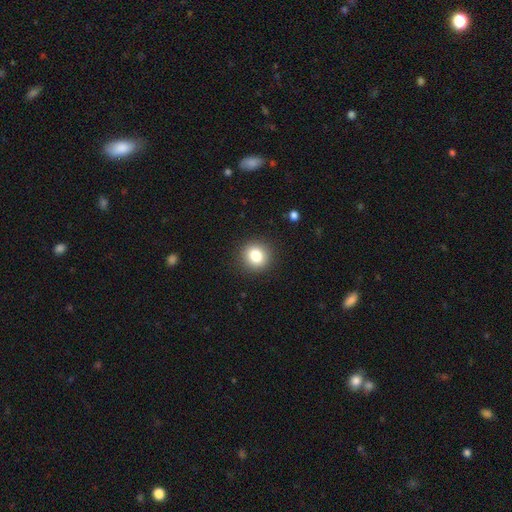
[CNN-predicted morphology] Q: Smooth or featured?
A: smooth (82%); runner-up: star or artifact (11%)
Q: How rounded?
A: round (87%); runner-up: in between (13%)
Q: Merging?
A: none (91%); runner-up: minor disturbance (6%)